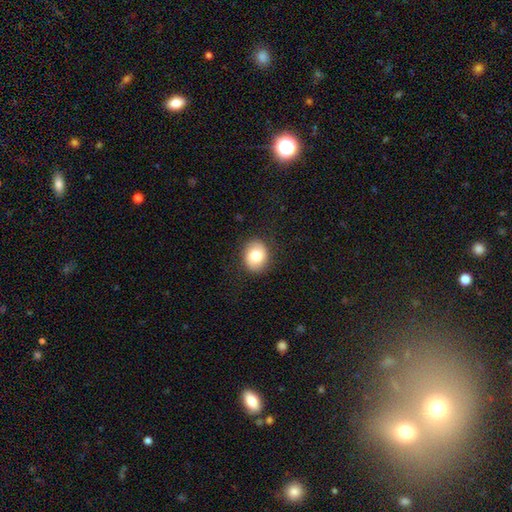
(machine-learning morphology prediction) A smooth galaxy with no disk features (79%) that is round (59%). Merging: none (86%).